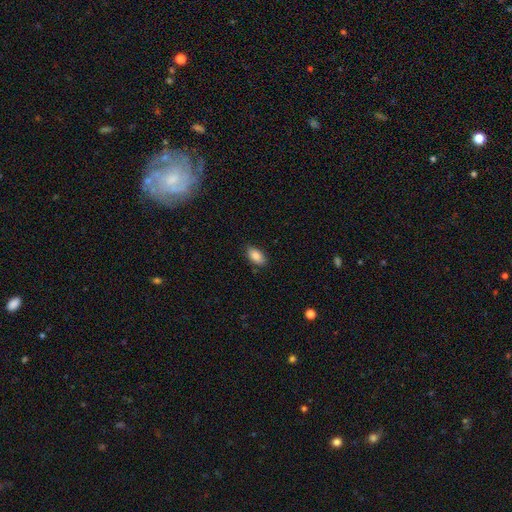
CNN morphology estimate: Q: Smooth or featured?
A: smooth (86%); runner-up: star or artifact (7%)
Q: How rounded?
A: in between (93%); runner-up: round (4%)
Q: Merging?
A: none (84%); runner-up: minor disturbance (12%)